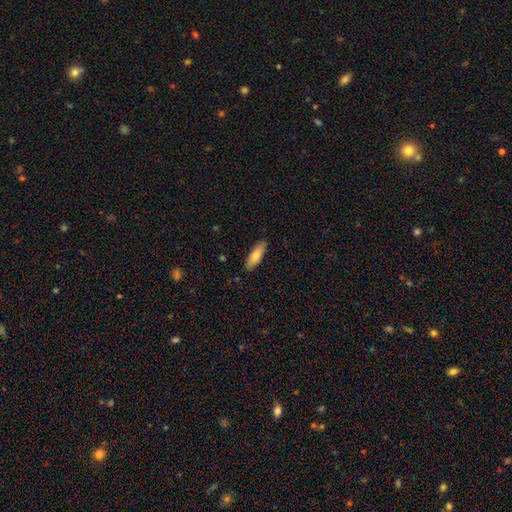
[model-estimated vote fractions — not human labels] The model was most divided on "how rounded": in between: 50%, cigar-shaped: 48%, round: 2%. More confident: merging — none (87%); smooth or featured — smooth (77%).